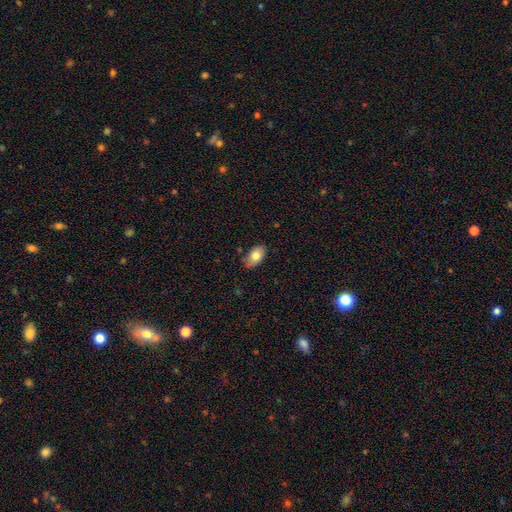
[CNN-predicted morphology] This appears to be a smooth galaxy with no disk features (76%) that is in between round and cigar-shaped (92%). Merging: none (81%).